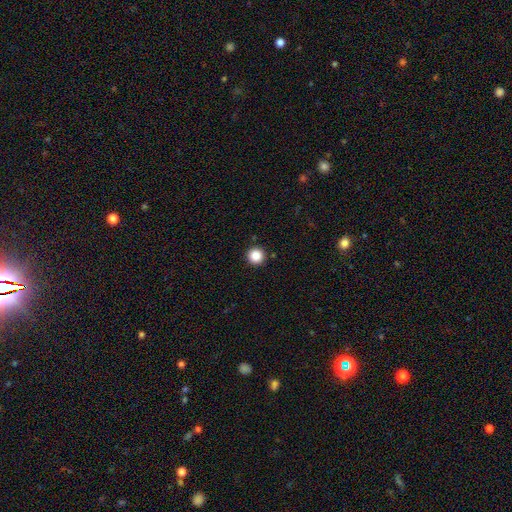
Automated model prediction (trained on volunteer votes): The model was most divided on "smooth or featured": smooth: 87%, star or artifact: 10%, featured or disk: 3%. More confident: how rounded — round (96%); merging — none (92%).